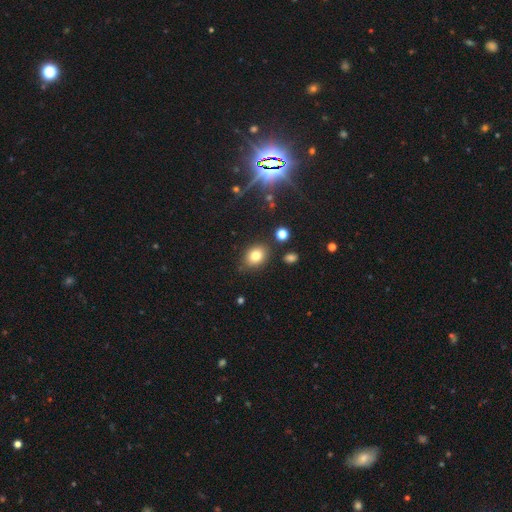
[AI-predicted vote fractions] Smooth or featured? Predicted: smooth (p=0.78). How rounded? Predicted: in between (p=0.55). Merging? Predicted: none (p=0.82).